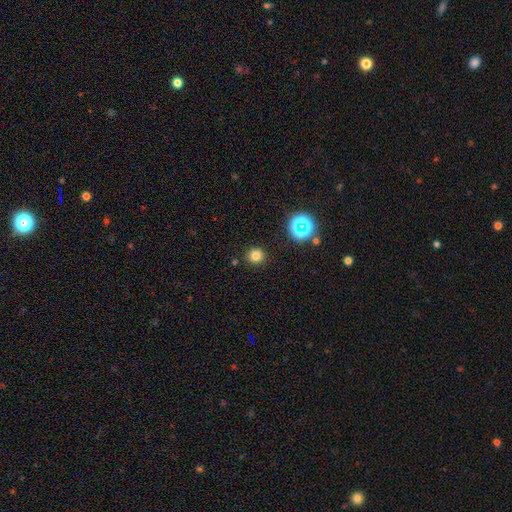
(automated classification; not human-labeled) The model was most divided on "smooth or featured": smooth: 75%, star or artifact: 19%, featured or disk: 6%. More confident: how rounded — round (93%); merging — none (88%).